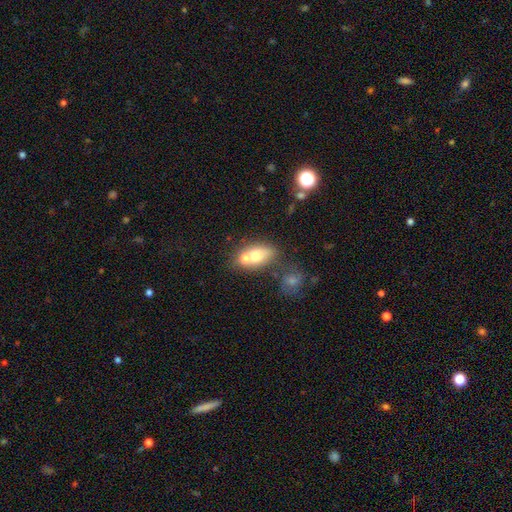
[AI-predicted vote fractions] Smooth or featured: smooth — 67% (featured or disk — 22%)
How rounded: in between — 73% (round — 21%)
Merging: merger — 49% (none — 32%)